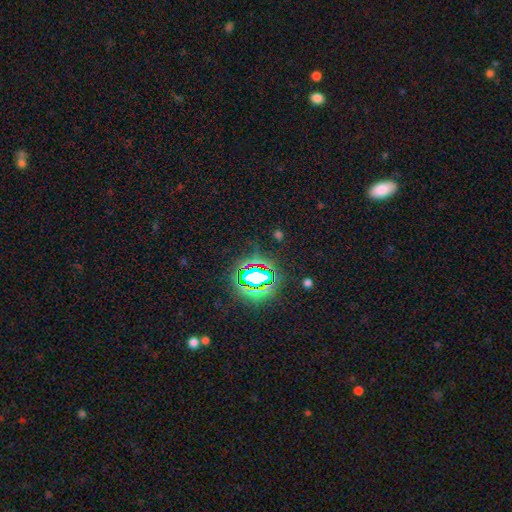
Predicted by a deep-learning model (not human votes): This appears to be a star or artifact, not a galaxy (80%).